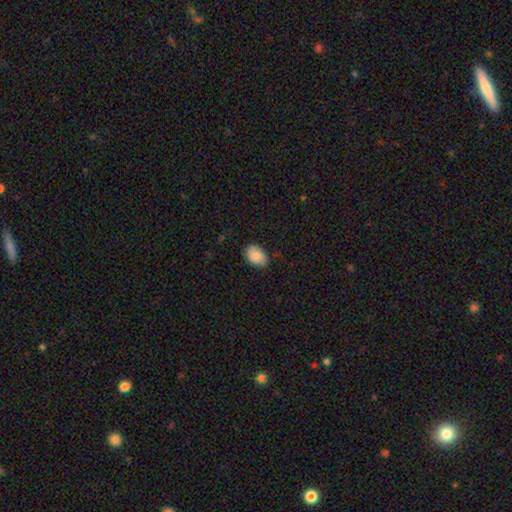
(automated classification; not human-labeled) smooth-or-featured: smooth: 86% | featured or disk: 7% | star or artifact: 7%
  how-rounded: in between: 84% | round: 15% | cigar-shaped: 1%
  merging: none: 77% | minor disturbance: 19% | major disturbance: 3% | merger: 1%